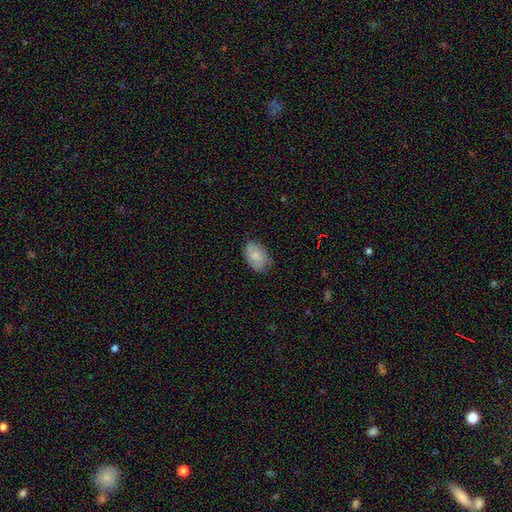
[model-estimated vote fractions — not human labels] This is likely a smooth galaxy (75%). How rounded: clearly in between (88%). Merging: likely none (76%).